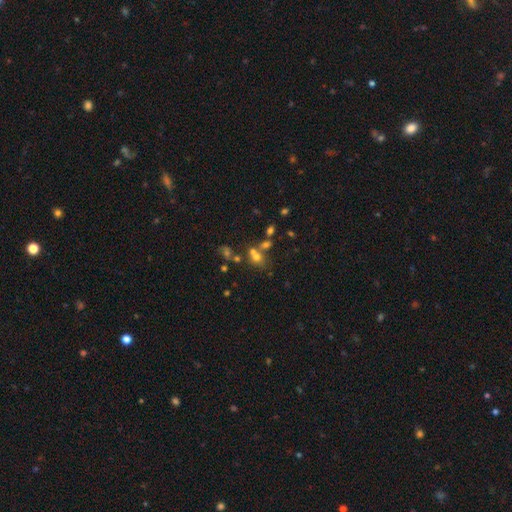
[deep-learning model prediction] Overall: smooth (55%; star or artifact 24%). How rounded: round (64%; in between 34%). Merging: merger (44%; none 40%).